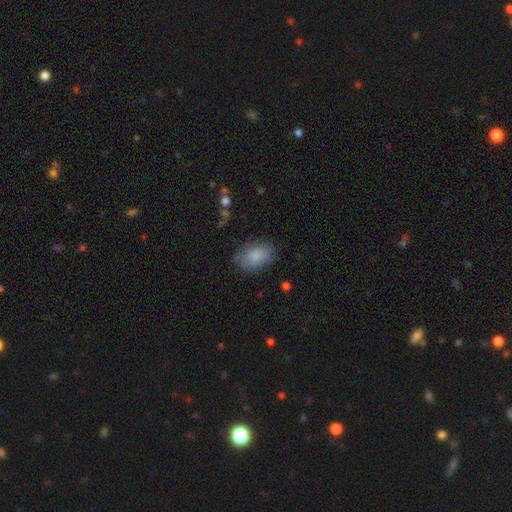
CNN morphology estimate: smooth_or_featured: smooth (p=0.85) [alt: star or artifact p=0.07]
how_rounded: in between (p=0.83) [alt: round p=0.16]
merging: none (p=0.74) [alt: minor disturbance p=0.19]